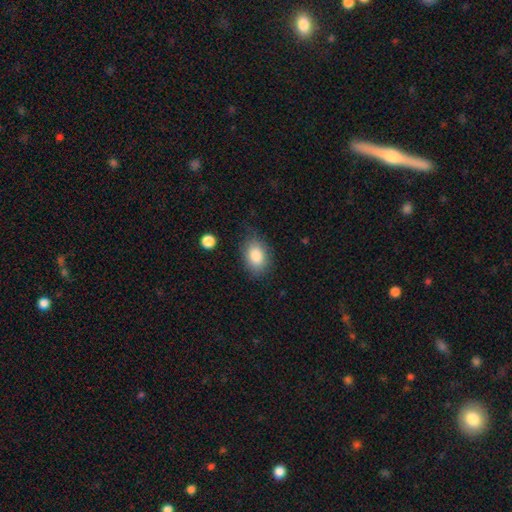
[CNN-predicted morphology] Smooth or featured: smooth — 85% (star or artifact — 7%)
How rounded: in between — 83% (round — 16%)
Merging: none — 75% (minor disturbance — 18%)